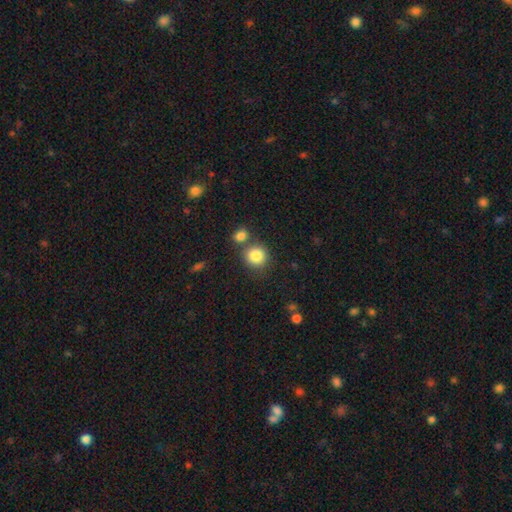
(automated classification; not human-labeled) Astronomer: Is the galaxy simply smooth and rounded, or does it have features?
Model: smooth — 85%.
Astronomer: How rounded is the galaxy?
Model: round — 87%.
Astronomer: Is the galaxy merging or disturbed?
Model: none — 65%.